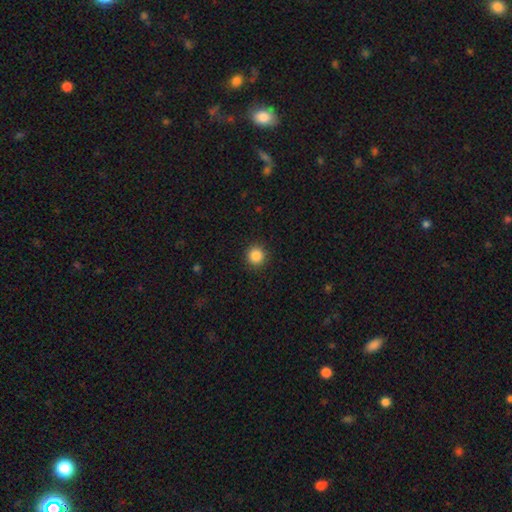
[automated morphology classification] Smooth or featured? Predicted: smooth (p=0.87). How rounded? Predicted: round (p=0.94). Merging? Predicted: none (p=0.92).